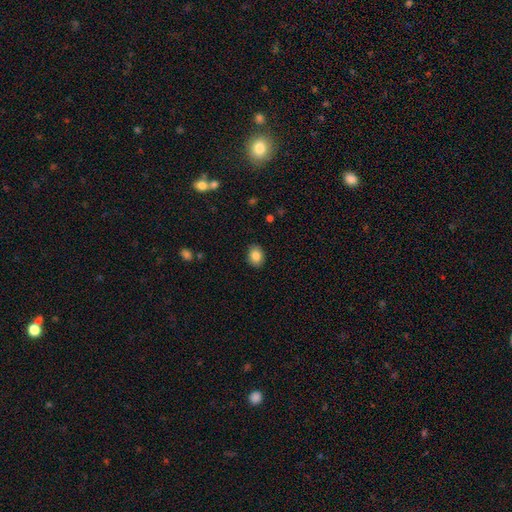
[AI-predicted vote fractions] smooth 85%, star or artifact 9%, featured or disk 6%. Down the decision tree: how rounded — in between (56%); merging — none (88%).